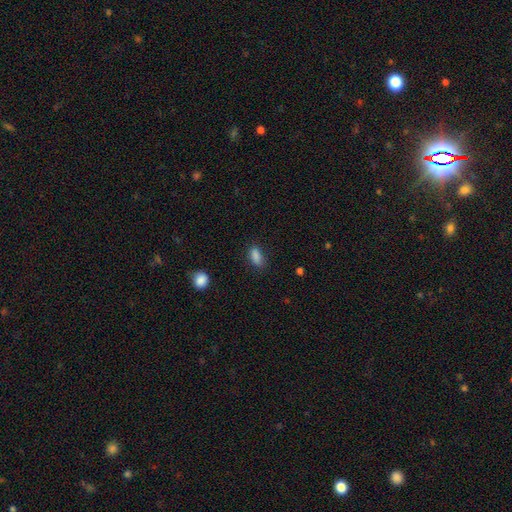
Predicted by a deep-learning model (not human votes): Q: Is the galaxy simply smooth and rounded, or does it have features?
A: smooth — 86%.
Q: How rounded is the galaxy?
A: in between — 80%.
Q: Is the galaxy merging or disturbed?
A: none — 74%.